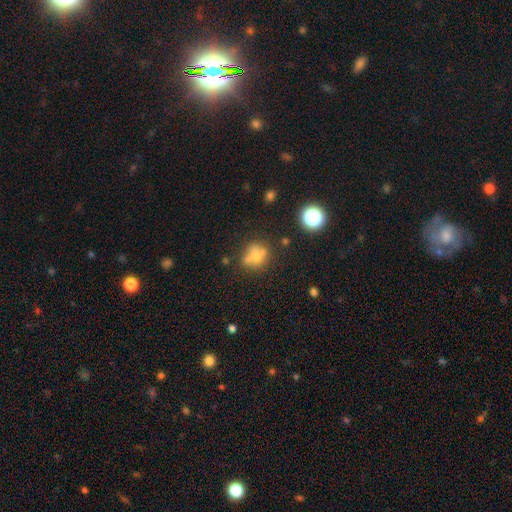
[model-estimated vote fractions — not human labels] Q: Smooth or featured?
A: smooth (60%); runner-up: featured or disk (22%)
Q: How rounded?
A: round (74%); runner-up: in between (24%)
Q: Merging?
A: none (49%); runner-up: merger (28%)